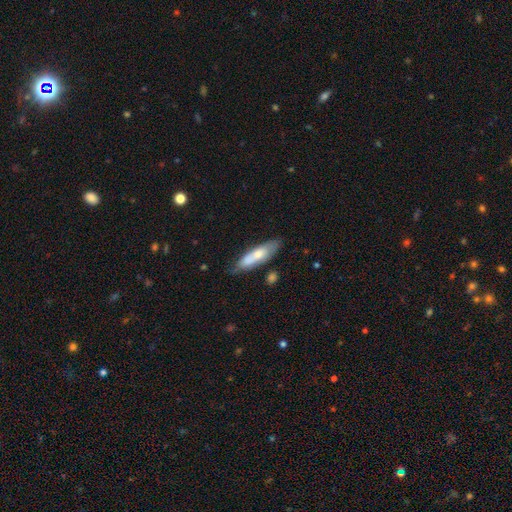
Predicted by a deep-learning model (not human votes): Overall: smooth (61%; featured or disk 33%). How rounded: cigar-shaped (59%; in between 39%). Merging: none (68%).